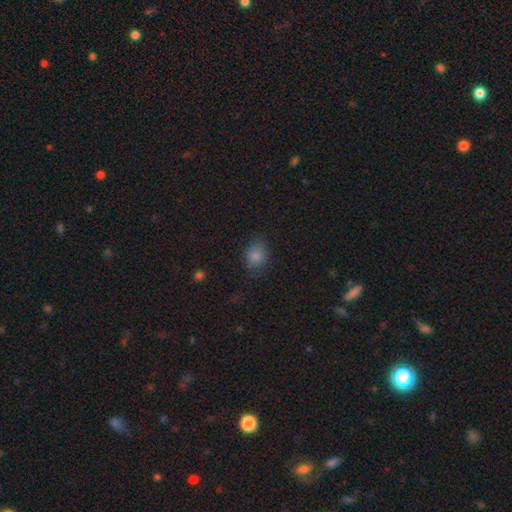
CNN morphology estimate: smooth-or-featured: smooth: 82% | star or artifact: 11% | featured or disk: 6%
  how-rounded: round: 52% | in between: 47% | cigar-shaped: 1%
  merging: none: 71% | minor disturbance: 22% | major disturbance: 6% | merger: 1%